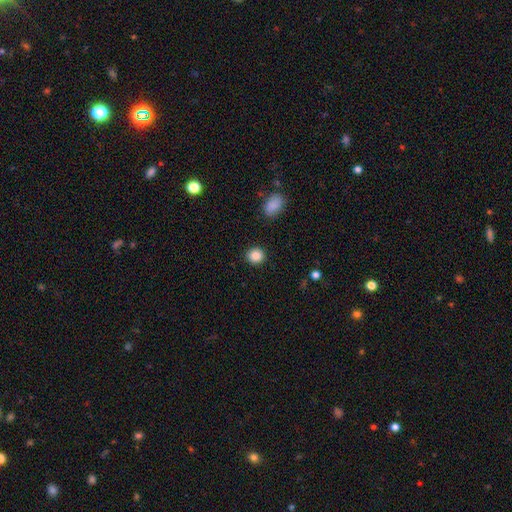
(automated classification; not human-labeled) Smooth or featured? Predicted: smooth (p=0.87). How rounded? Predicted: round (p=0.86). Merging? Predicted: none (p=0.90).